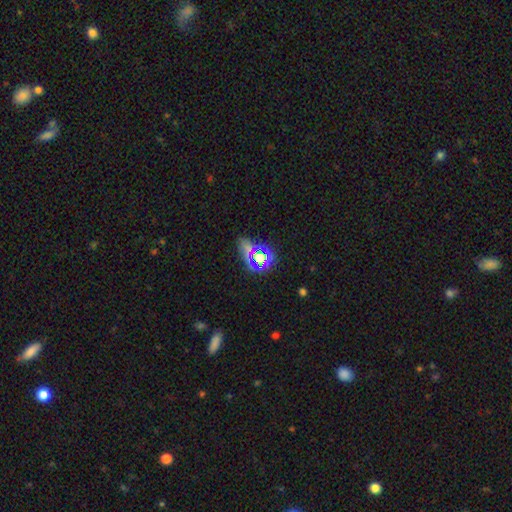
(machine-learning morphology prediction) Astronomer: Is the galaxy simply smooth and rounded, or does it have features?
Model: star or artifact — 62%.